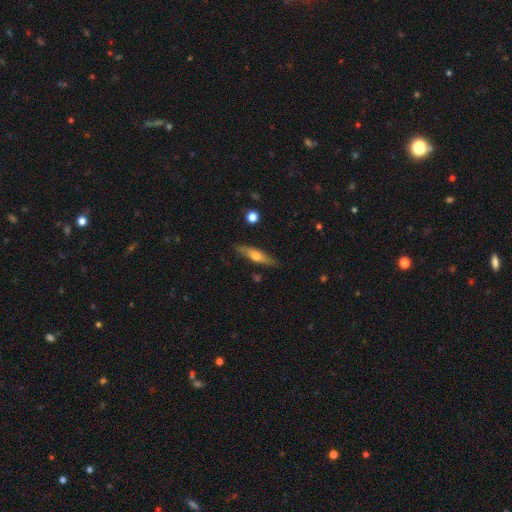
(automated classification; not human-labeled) Smooth or featured: featured or disk — 48% (smooth — 47%)
Merging: none — 84% (minor disturbance — 12%)